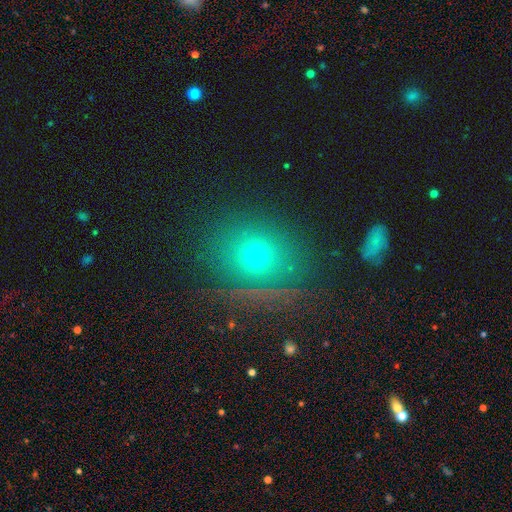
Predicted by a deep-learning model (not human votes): Morphology: type=smooth (65%); roundness=round (74%); merging=none (79%).